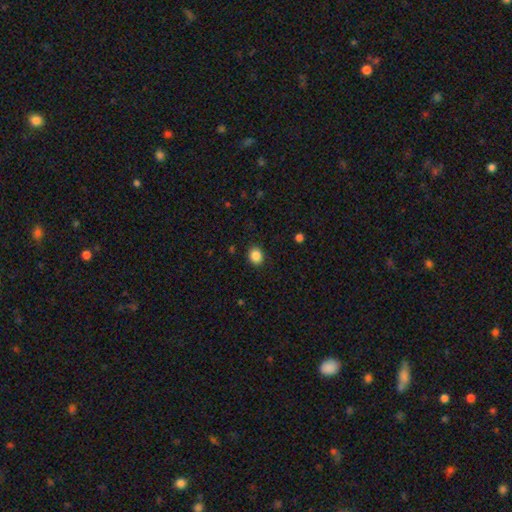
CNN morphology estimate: This is clearly a smooth galaxy (87%). How rounded: likely round (60%). Merging: clearly none (90%).